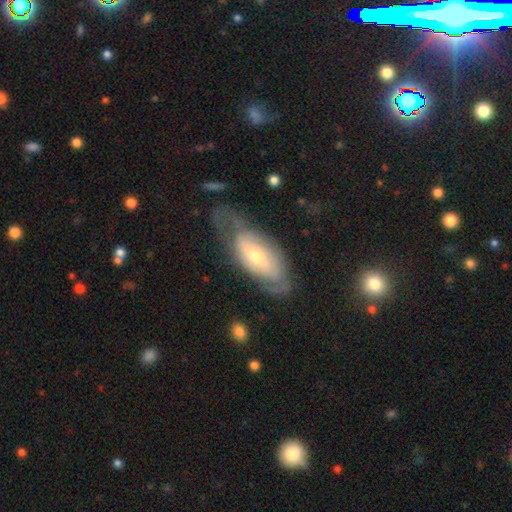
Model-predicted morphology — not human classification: This is likely a featured or disk galaxy (60%). It is clearly not viewed edge-on (86%). Bar: possibly no (48%). Spiral arm pattern: likely yes (69%). Central bulge: possibly moderate (54%). Merging: marginally none (43%).